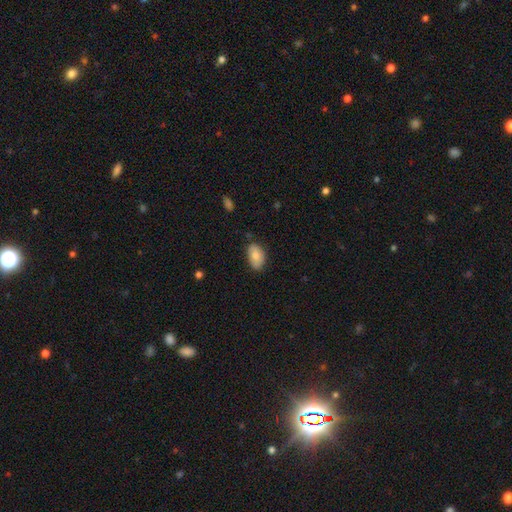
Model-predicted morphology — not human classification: smooth-or-featured: smooth: 79% | featured or disk: 14% | star or artifact: 7%
  how-rounded: in between: 92% | round: 6% | cigar-shaped: 1%
  merging: none: 75% | minor disturbance: 20% | major disturbance: 3% | merger: 2%